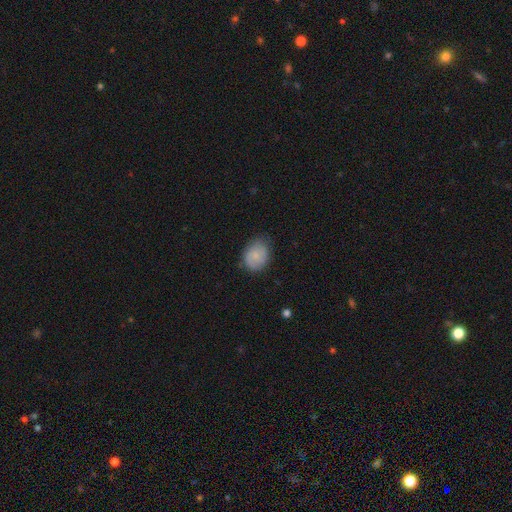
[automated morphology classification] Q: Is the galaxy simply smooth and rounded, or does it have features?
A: smooth — 76%.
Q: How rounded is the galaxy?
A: in between — 53%.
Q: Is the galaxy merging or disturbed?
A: none — 71%.